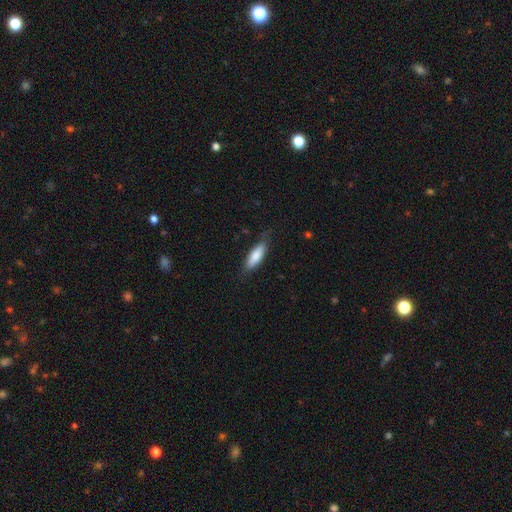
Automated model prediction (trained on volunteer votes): Smooth or featured: smooth — 80% (featured or disk — 15%)
How rounded: in between — 56% (cigar-shaped — 43%)
Merging: none — 76% (minor disturbance — 19%)